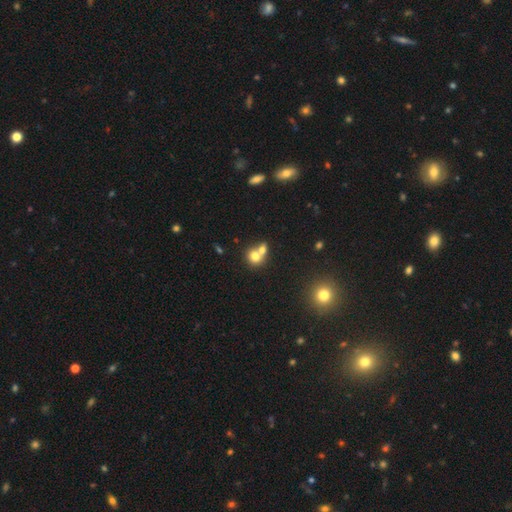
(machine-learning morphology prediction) This appears to be a smooth galaxy with no disk features (73%) that is round (70%). Merging: merger (61%).